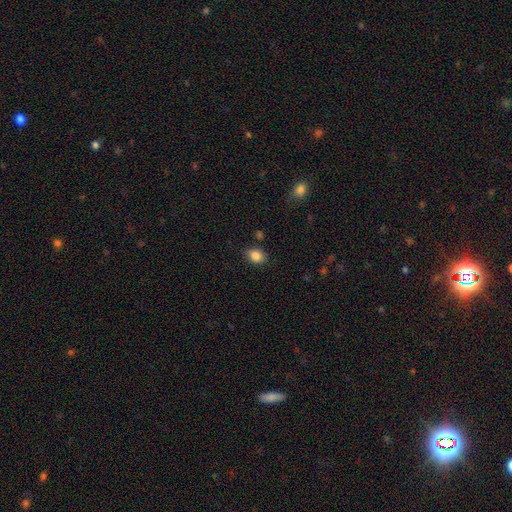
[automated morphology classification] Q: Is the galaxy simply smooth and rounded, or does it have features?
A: smooth — 86%.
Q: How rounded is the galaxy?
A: in between — 63%.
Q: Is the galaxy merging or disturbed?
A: none — 81%.